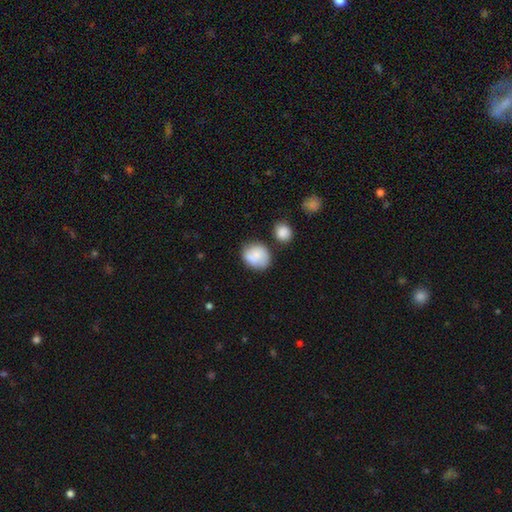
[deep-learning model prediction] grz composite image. It shows a smooth galaxy with no disk features (73%) that is round (70%). Merging: none (63%).